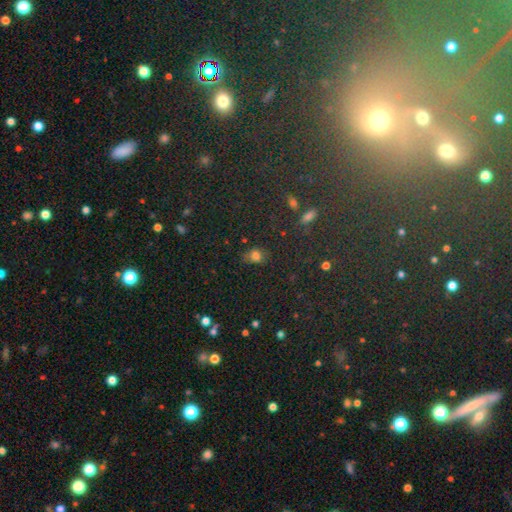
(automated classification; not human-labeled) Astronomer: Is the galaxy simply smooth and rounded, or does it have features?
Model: smooth — 73%.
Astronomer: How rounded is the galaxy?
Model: round — 58% (runner-up: in between, 41%).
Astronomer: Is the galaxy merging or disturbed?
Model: none — 68%.